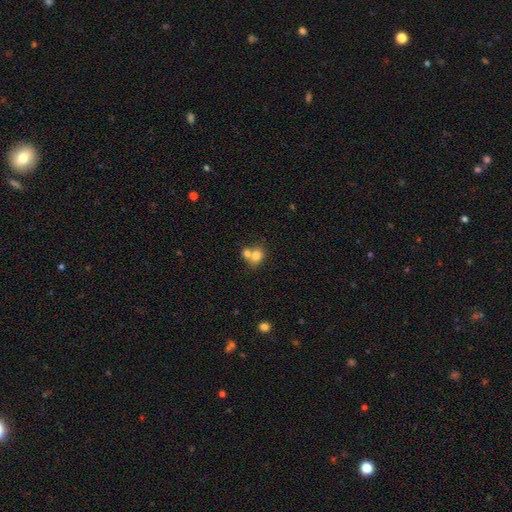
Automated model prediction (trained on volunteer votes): The model was most divided on "merging": merger: 54%, none: 35%, minor disturbance: 7%, major disturbance: 3%. More confident: smooth or featured — smooth (76%); how rounded — round (65%).